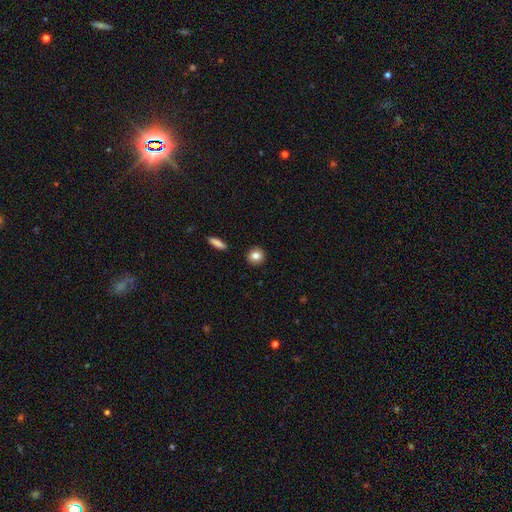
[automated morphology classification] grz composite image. It shows a smooth galaxy with no disk features (83%) that is round (89%). Merging: none (91%).